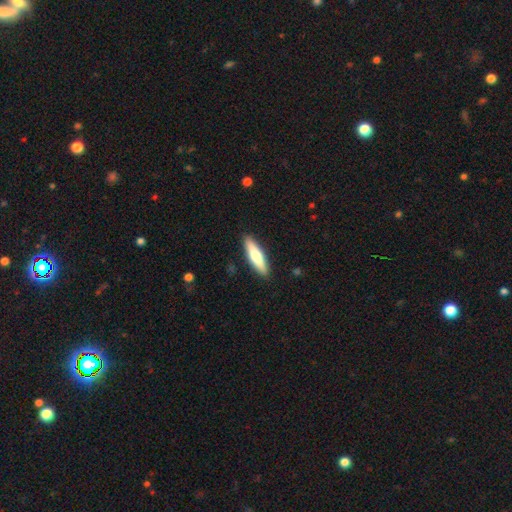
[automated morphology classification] smooth 60%, featured or disk 35%, star or artifact 5%. Down the decision tree: how rounded — cigar-shaped (71%); merging — none (90%).